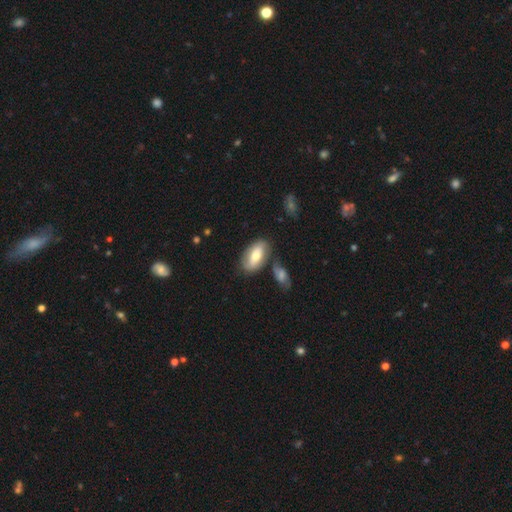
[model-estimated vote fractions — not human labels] smooth-or-featured: smooth: 61% | featured or disk: 33% | star or artifact: 6%
  how-rounded: in between: 92% | round: 4% | cigar-shaped: 4%
  merging: none: 67% | minor disturbance: 17% | merger: 11% | major disturbance: 5%